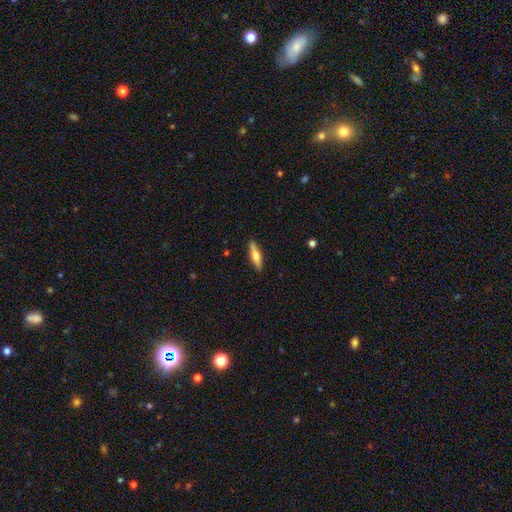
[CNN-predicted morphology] This is possibly a smooth galaxy (48%). Merging: clearly none (89%).